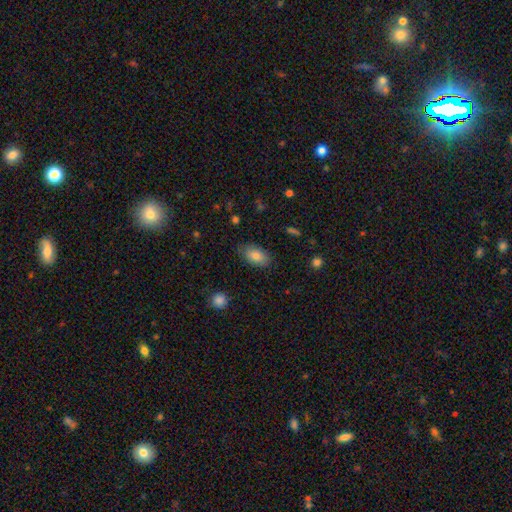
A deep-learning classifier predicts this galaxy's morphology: smooth_or_featured: smooth (p=0.82) [alt: featured or disk p=0.11]
how_rounded: in between (p=0.92) [alt: round p=0.06]
merging: none (p=0.82) [alt: minor disturbance p=0.14]